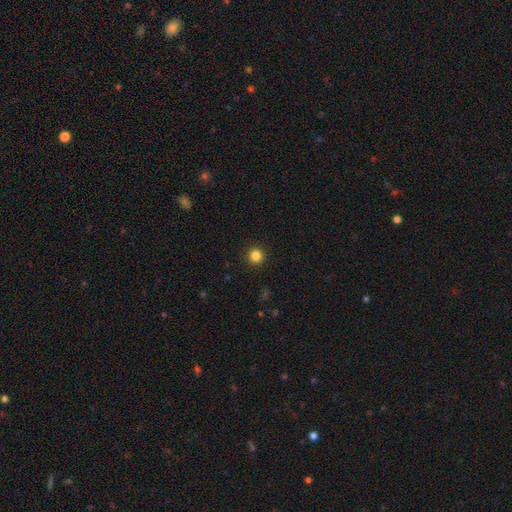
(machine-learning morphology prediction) Smooth or featured? Predicted: smooth (p=0.84). How rounded? Predicted: round (p=0.95). Merging? Predicted: none (p=0.93).